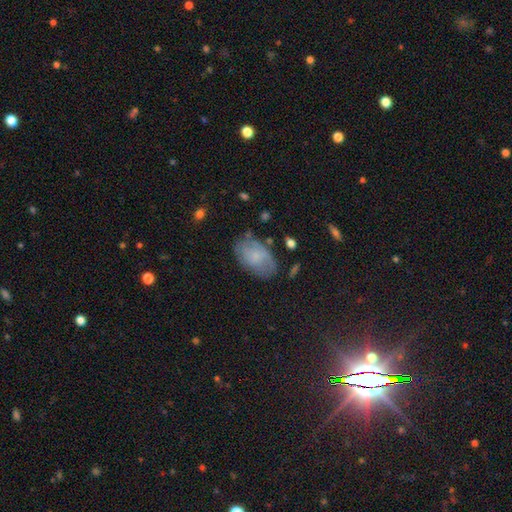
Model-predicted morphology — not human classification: Smooth or featured?
  - smooth: 56% *
  - featured or disk: 35%
  - star or artifact: 9%
How rounded?
  - in between: 91% *
  - round: 7%
  - cigar-shaped: 2%
Merging?
  - none: 64% *
  - minor disturbance: 25%
  - major disturbance: 9%
  - merger: 3%